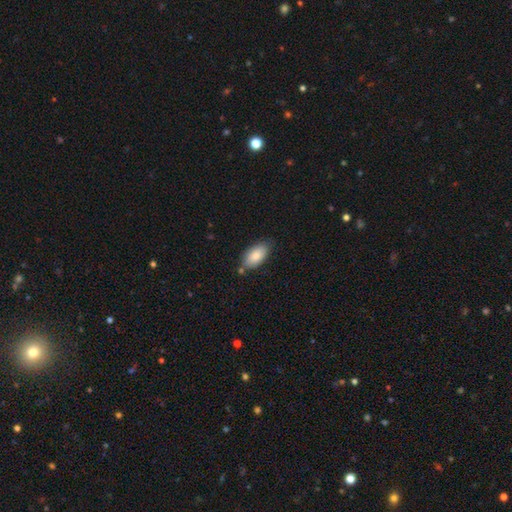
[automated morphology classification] smooth_or_featured: smooth (p=0.85) [alt: featured or disk p=0.08]
how_rounded: in between (p=0.94) [alt: cigar-shaped p=0.03]
merging: none (p=0.72) [alt: minor disturbance p=0.19]